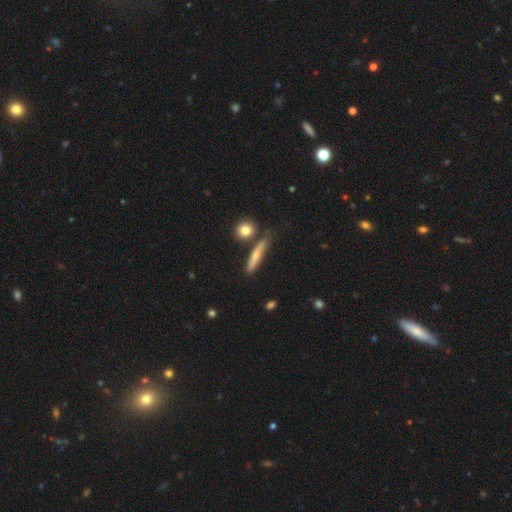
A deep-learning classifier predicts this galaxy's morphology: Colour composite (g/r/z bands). It shows a smooth galaxy with no disk features (59%) that is cigar-shaped (83%). Merging: none (72%).